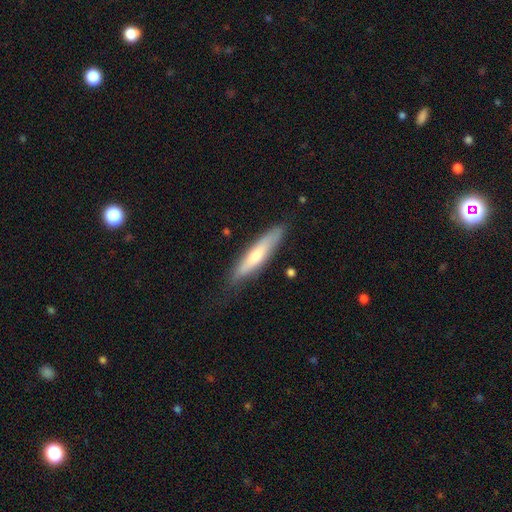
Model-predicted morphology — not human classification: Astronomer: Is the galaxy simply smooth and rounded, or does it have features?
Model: smooth — 47% (runner-up: featured or disk, 46%).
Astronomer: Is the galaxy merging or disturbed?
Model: none — 78%.